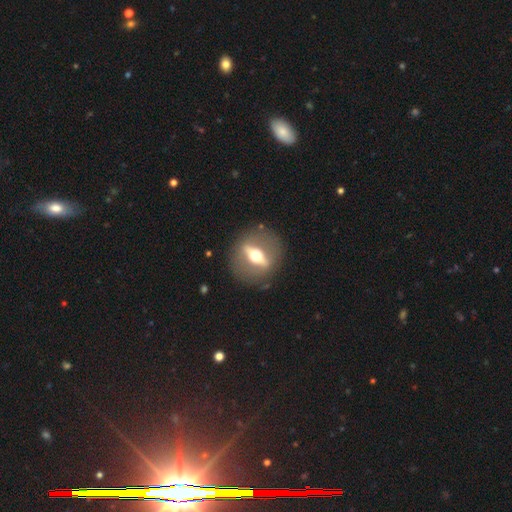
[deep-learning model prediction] A featured or disk galaxy (77%) viewed edge-on (58%).

Vote fractions:
- Smooth or featured? featured or disk: 77% / smooth: 17% / star or artifact: 6%
- Edge-on disk? yes: 58% / no: 42%
- Merging? none: 84% / minor disturbance: 8% / major disturbance: 6% / merger: 1%